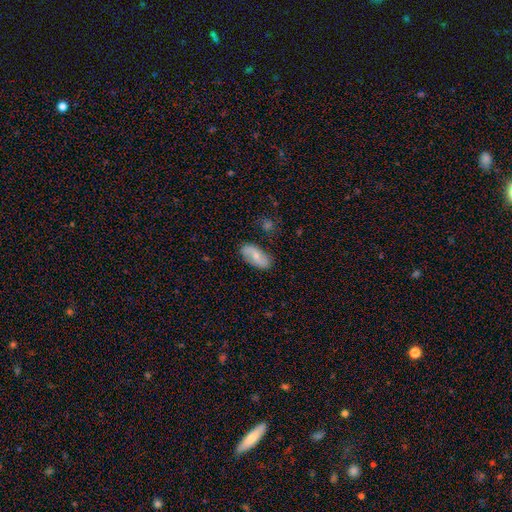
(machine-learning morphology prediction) Smooth or featured: smooth — 53% (featured or disk — 41%)
How rounded: in between — 88% (cigar-shaped — 8%)
Merging: none — 80% (minor disturbance — 15%)